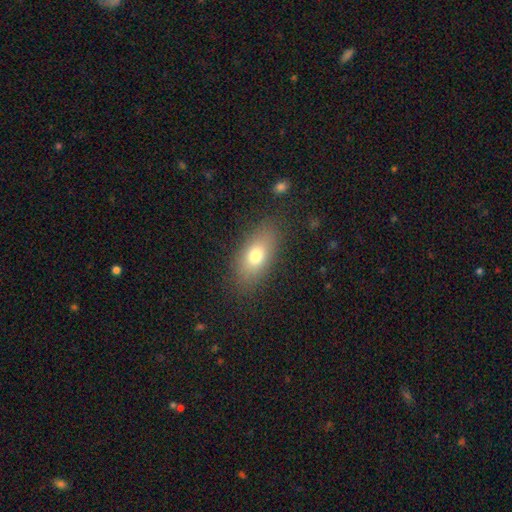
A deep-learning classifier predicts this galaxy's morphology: Smooth or featured?
  - smooth: 74% *
  - featured or disk: 17%
  - star or artifact: 10%
How rounded?
  - in between: 82% *
  - cigar-shaped: 10%
  - round: 8%
Merging?
  - none: 83% *
  - minor disturbance: 11%
  - major disturbance: 4%
  - merger: 1%